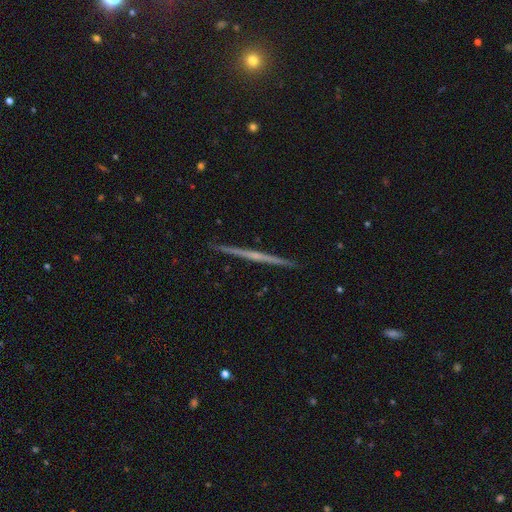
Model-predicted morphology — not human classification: smooth-or-featured: featured or disk: 74% | smooth: 21% | star or artifact: 6%
  disk-edge-on: yes: 99% | no: 1%
    edge-on-bulge: none: 62% | rounded: 32% | boxy: 7%
  merging: none: 93% | minor disturbance: 5% | major disturbance: 1% | merger: 1%